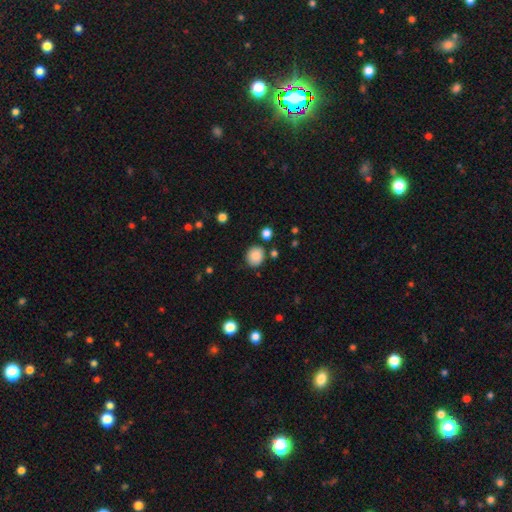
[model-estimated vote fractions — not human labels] This is clearly a smooth galaxy (86%). How rounded: likely round (79%). Merging: clearly none (82%).